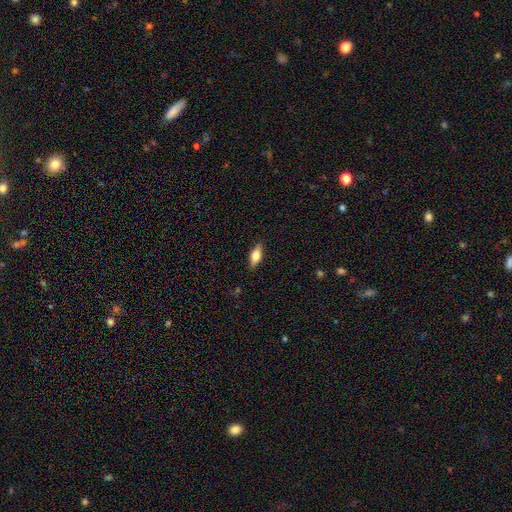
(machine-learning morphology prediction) smooth_or_featured: smooth (p=0.62) [alt: featured or disk p=0.31]
how_rounded: in between (p=0.72) [alt: cigar-shaped p=0.25]
merging: none (p=0.88) [alt: minor disturbance p=0.09]